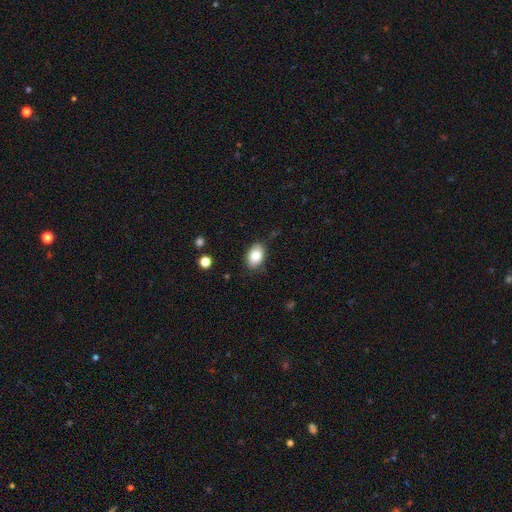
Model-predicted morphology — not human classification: smooth 83%, featured or disk 9%, star or artifact 8%. Down the decision tree: how rounded — in between (86%); merging — none (81%).